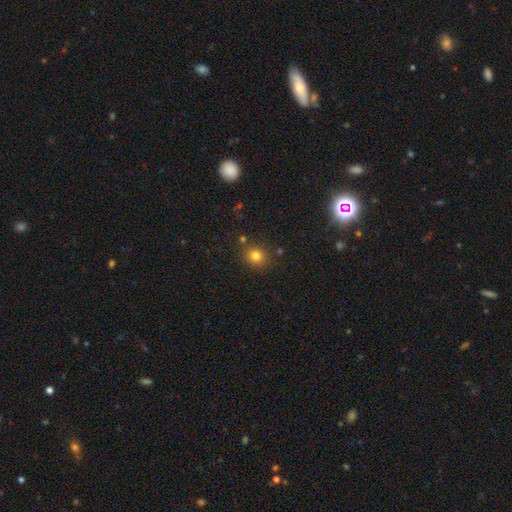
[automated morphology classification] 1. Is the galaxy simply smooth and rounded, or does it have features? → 79% smooth, 14% star or artifact, 7% featured or disk.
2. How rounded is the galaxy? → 83% round, 16% in between, 1% cigar-shaped.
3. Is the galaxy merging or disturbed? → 82% none, 9% minor disturbance, 6% merger, 3% major disturbance.